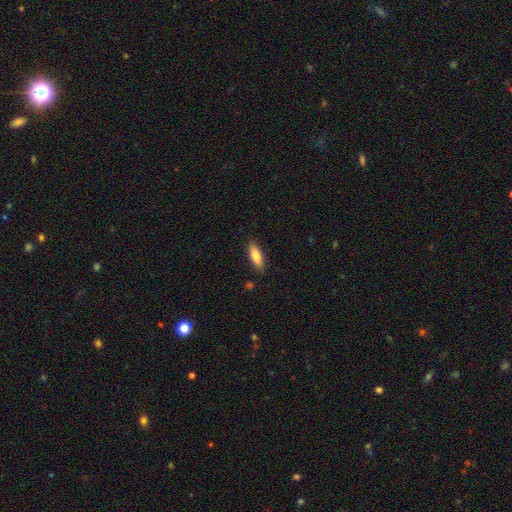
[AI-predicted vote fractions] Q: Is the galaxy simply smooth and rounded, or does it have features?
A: smooth — 81%.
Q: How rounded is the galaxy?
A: in between — 64%.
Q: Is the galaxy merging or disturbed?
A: none — 87%.